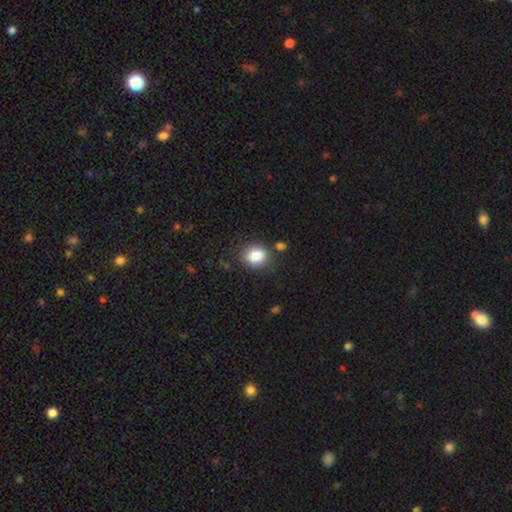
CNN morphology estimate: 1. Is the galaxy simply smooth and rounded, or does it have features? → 85% smooth, 9% star or artifact, 5% featured or disk.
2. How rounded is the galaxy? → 71% round, 28% in between, 1% cigar-shaped.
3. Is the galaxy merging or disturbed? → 81% none, 11% minor disturbance, 5% merger, 3% major disturbance.